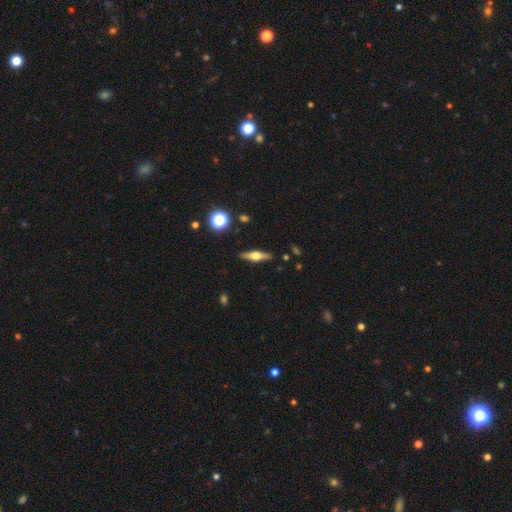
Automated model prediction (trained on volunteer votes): Morphology: type=featured or disk (68%); edge-on=yes (96%); edge-on bulge=rounded (93%); merging=none (89%).